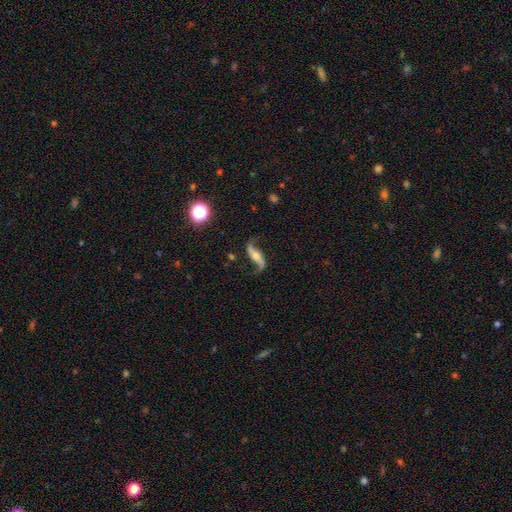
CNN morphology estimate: A featured or disk galaxy (82%) with no bar (42%), 2 (93%) loose (89%) spiral arms (95%) and a moderate central bulge (48%).

Vote fractions:
- Smooth or featured? featured or disk: 82% / smooth: 11% / star or artifact: 8%
- Edge-on disk? no: 85% / yes: 15%
- Bar? no: 42% / strong: 33% / weak: 24%
- Spiral arms? yes: 95% / no: 5%
- Spiral winding? loose: 89% / medium: 8% / tight: 3%
- Spiral arm count? 2: 93% / 1: 3% / can't tell: 2% / 3: 1% / 4: 1% / more than 4: 1%
- Bulge size? moderate: 48% / small: 37% / large: 7% / none: 5% / dominant: 3%
- Merging? none: 75% / minor disturbance: 15% / major disturbance: 8% / merger: 2%